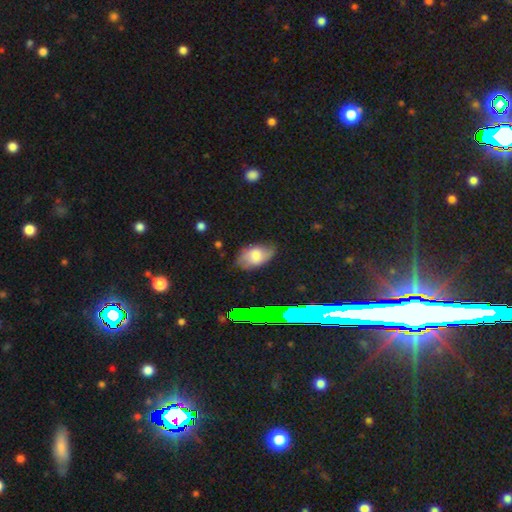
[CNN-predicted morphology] type=smooth (70%); roundness=in between (88%); merging=none (63%).